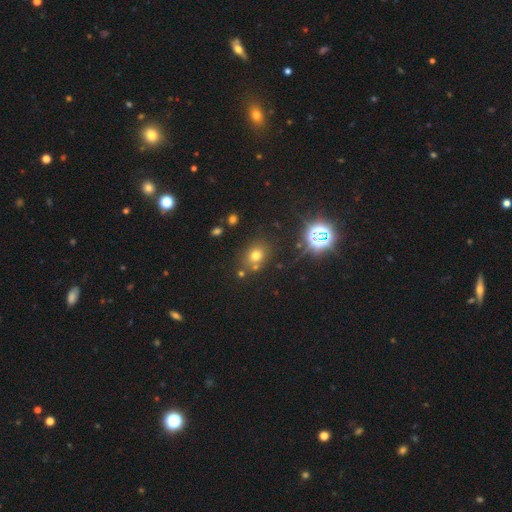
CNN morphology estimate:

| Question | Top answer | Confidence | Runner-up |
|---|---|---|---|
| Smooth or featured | smooth | 64% | star or artifact (26%) |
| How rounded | round | 58% | in between (41%) |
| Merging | none | 74% | minor disturbance (11%) |